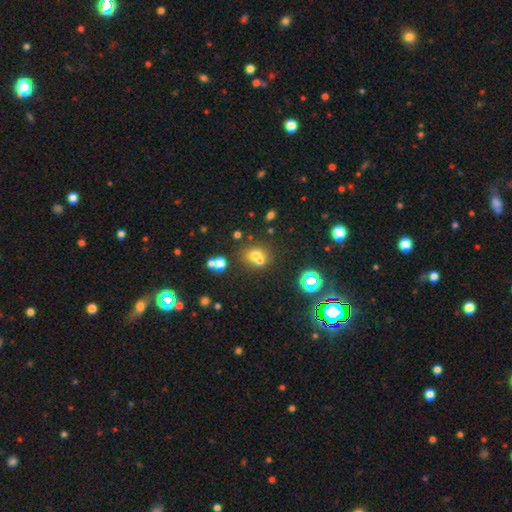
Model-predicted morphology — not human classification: Smooth or featured?
  - smooth: 61% *
  - star or artifact: 22%
  - featured or disk: 17%
How rounded?
  - round: 70% *
  - in between: 29%
  - cigar-shaped: 1%
Merging?
  - merger: 48% *
  - none: 41%
  - minor disturbance: 8%
  - major disturbance: 4%